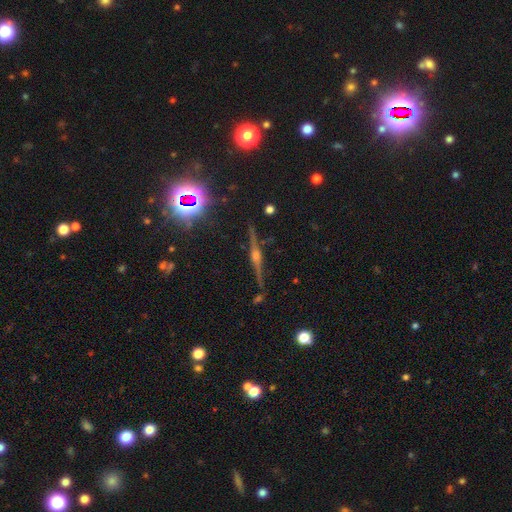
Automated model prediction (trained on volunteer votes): Smooth or featured: featured or disk — 78% (star or artifact — 14%)
Edge-on disk: yes — 97% (no — 3%)
Edge-on bulge: rounded — 86% (boxy — 10%)
Merging: none — 88% (minor disturbance — 8%)